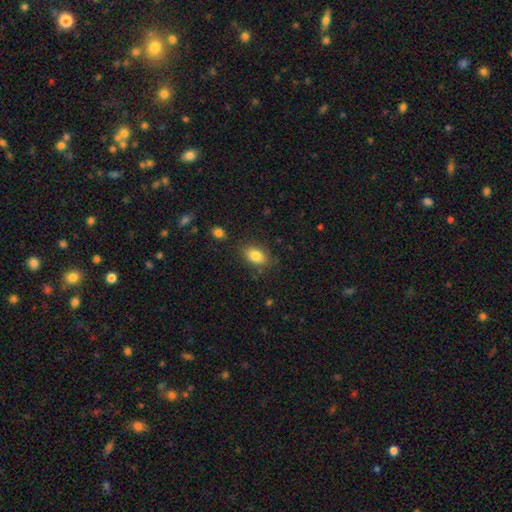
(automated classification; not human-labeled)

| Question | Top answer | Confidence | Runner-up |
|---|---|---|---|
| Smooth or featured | smooth | 82% | star or artifact (9%) |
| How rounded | in between | 84% | round (15%) |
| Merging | none | 82% | minor disturbance (13%) |